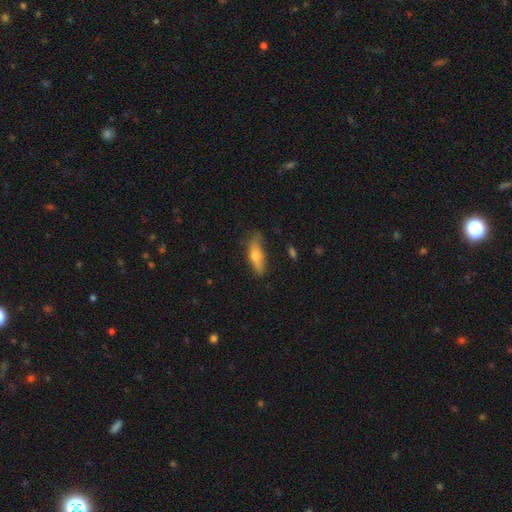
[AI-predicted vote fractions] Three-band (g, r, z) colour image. It shows a smooth galaxy with no disk features (63%) that is cigar-shaped (52%). Merging: none (65%).